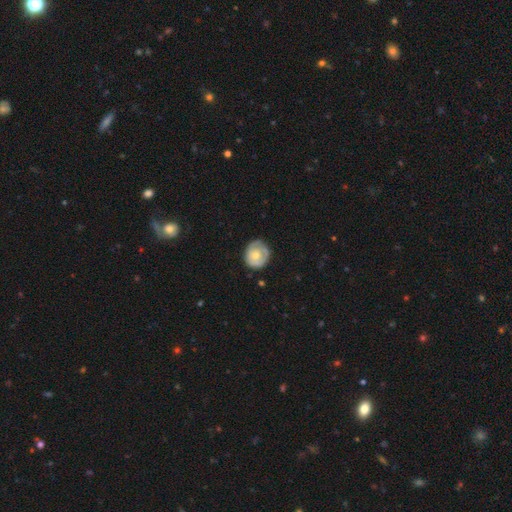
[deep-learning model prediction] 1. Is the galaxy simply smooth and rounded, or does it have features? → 54% smooth, 40% featured or disk, 6% star or artifact.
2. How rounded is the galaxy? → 78% round, 21% in between, 1% cigar-shaped.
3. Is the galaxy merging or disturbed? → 67% none, 25% minor disturbance, 6% major disturbance, 2% merger.